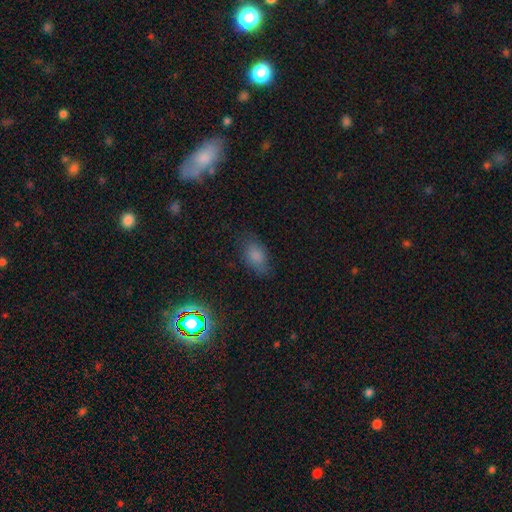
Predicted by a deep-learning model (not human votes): This appears to be a smooth galaxy with no disk features (78%) that is in between round and cigar-shaped (89%). Merging: none (74%).